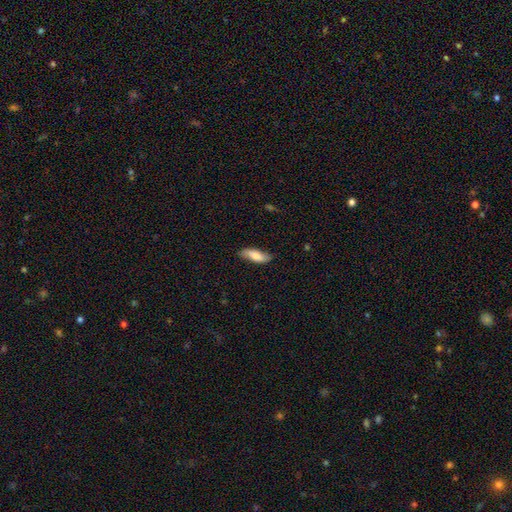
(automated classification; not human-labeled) A smooth galaxy with no disk features (73%) that is in between round and cigar-shaped (64%). Merging: none (77%).